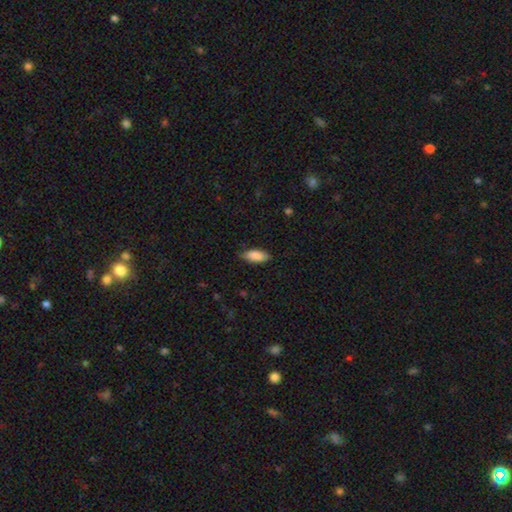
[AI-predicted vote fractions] This is clearly a smooth galaxy (88%). How rounded: clearly in between (85%). Merging: likely none (79%).